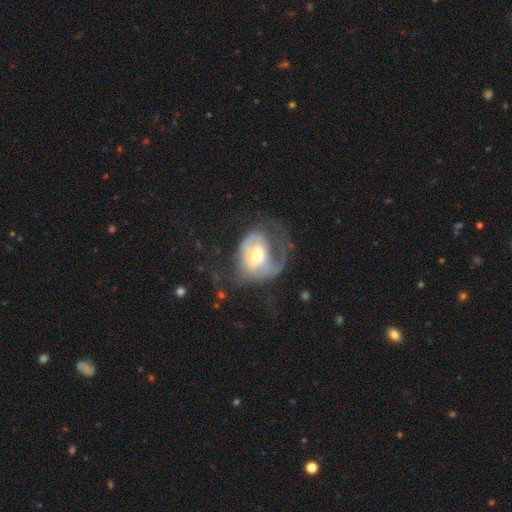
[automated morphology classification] This appears to be a featured or disk galaxy (60%) with no bar (57%), spiral arms (64%) and a moderate central bulge (65%). Merging: major disturbance (50%).